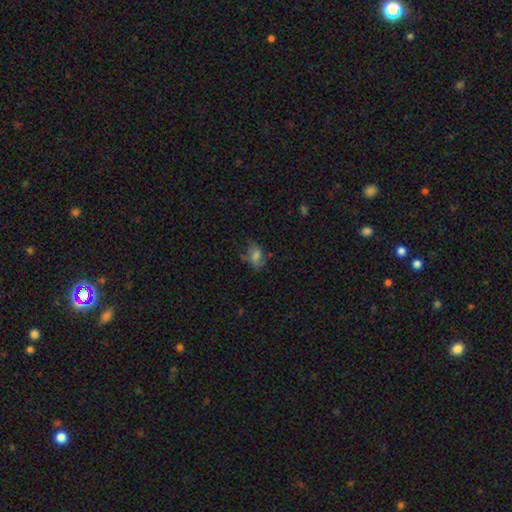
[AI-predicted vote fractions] Smooth or featured?
  - smooth: 62% *
  - featured or disk: 23%
  - star or artifact: 16%
How rounded?
  - in between: 82% *
  - round: 14%
  - cigar-shaped: 4%
Merging?
  - none: 51% *
  - minor disturbance: 27%
  - major disturbance: 19%
  - merger: 4%